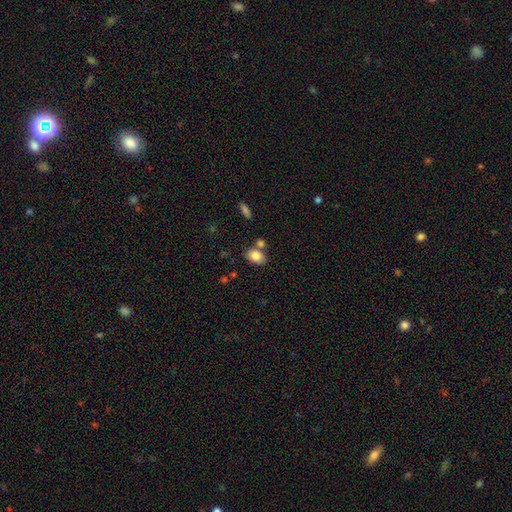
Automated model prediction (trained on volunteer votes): Smooth or featured? Predicted: smooth (p=0.83). How rounded? Predicted: in between (p=0.82). Merging? Predicted: none (p=0.65).